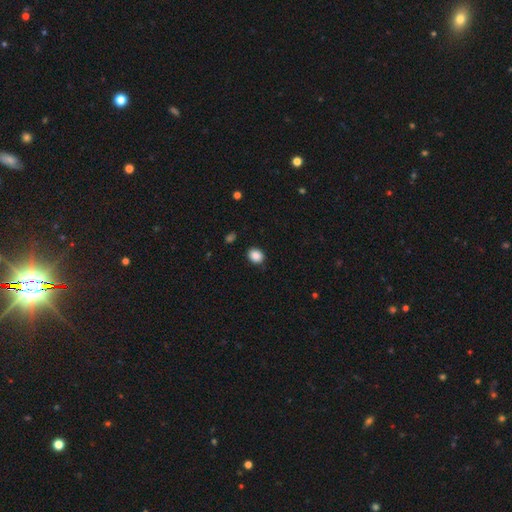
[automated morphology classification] Smooth or featured: smooth — 88% (star or artifact — 9%)
How rounded: round — 56% (in between — 43%)
Merging: none — 87% (minor disturbance — 9%)